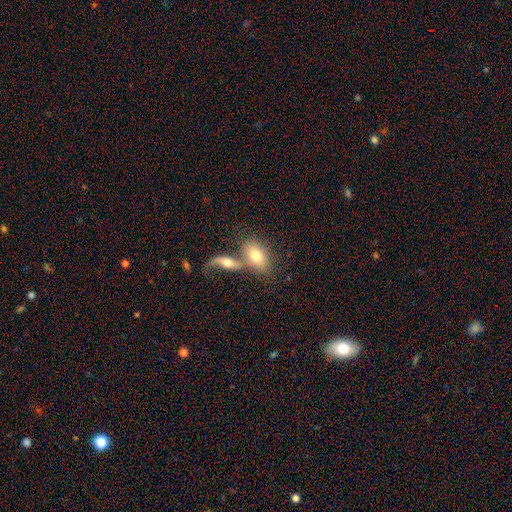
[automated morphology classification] This appears to be a smooth galaxy with no disk features (69%) that is in between round and cigar-shaped (86%). Merging: merger (50%).